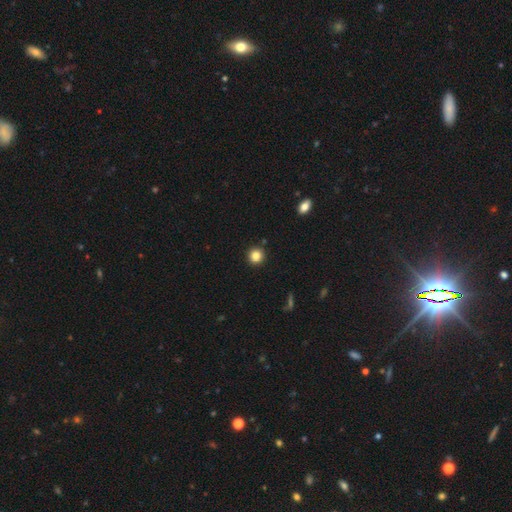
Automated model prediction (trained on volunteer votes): This appears to be a smooth galaxy with no disk features (83%) that is round (94%). Merging: none (91%).